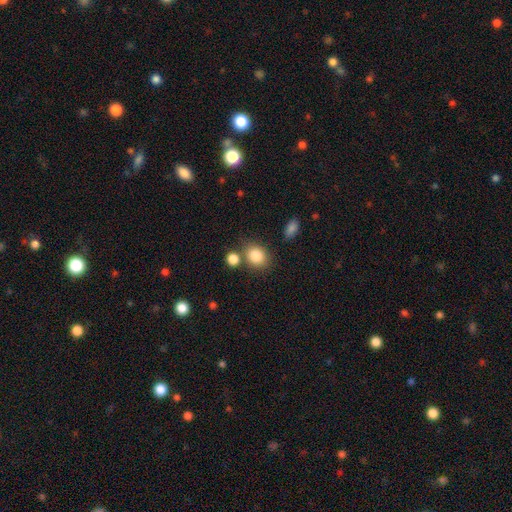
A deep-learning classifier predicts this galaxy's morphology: The model was most divided on "how rounded": round: 59%, in between: 40%, cigar-shaped: 1%. More confident: smooth or featured — smooth (84%); merging — none (69%).